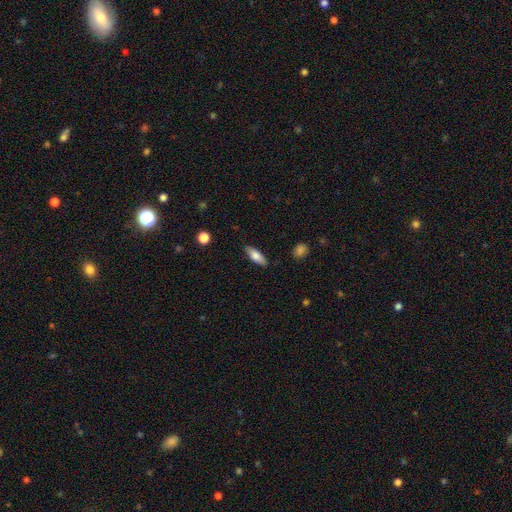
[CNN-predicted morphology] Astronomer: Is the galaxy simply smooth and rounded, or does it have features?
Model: smooth — 75%.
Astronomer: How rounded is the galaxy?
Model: in between — 62%.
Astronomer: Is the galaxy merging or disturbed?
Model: none — 85%.